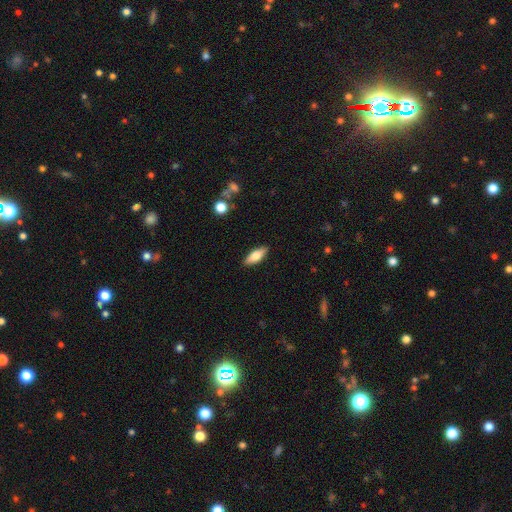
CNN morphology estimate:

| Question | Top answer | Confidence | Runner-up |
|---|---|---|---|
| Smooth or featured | smooth | 69% | featured or disk (25%) |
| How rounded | in between | 68% | cigar-shaped (29%) |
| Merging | none | 88% | minor disturbance (9%) |